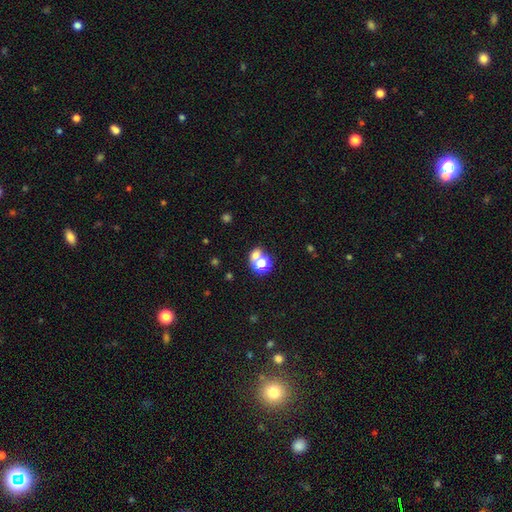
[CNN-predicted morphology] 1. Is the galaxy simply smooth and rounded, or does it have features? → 59% smooth, 30% star or artifact, 11% featured or disk.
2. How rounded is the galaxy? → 67% round, 31% in between, 2% cigar-shaped.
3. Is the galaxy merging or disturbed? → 48% none, 38% merger, 8% minor disturbance, 5% major disturbance.